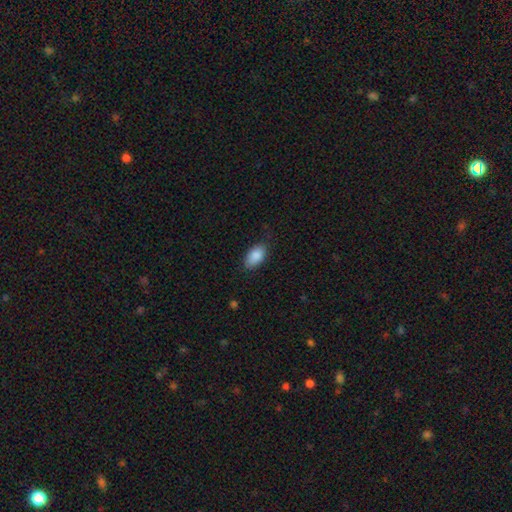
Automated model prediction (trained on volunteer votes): Overall: smooth (88%). How rounded: in between (93%). Merging: none (79%).